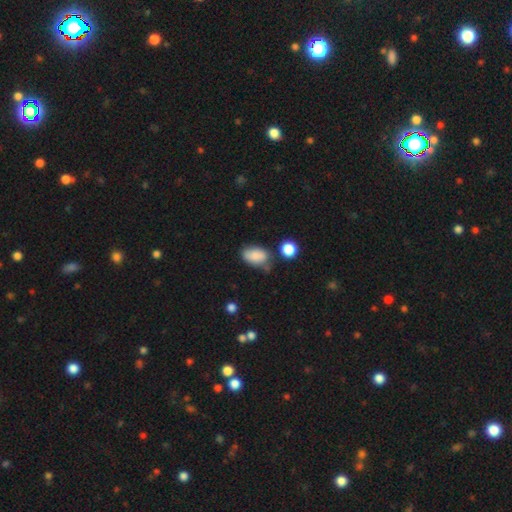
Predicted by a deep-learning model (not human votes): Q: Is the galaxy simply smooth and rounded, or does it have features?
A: smooth — 81%.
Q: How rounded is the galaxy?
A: in between — 88%.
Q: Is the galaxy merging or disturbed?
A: none — 55%.